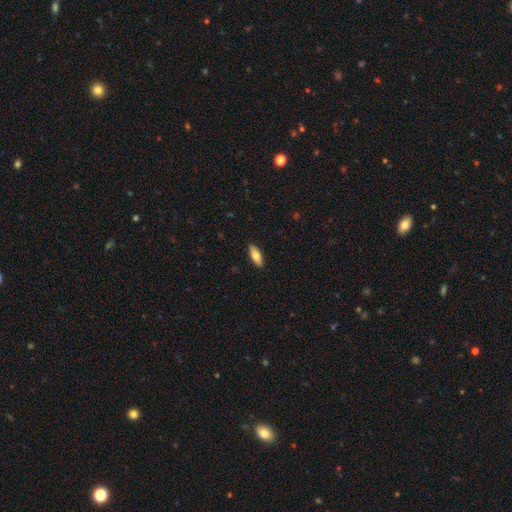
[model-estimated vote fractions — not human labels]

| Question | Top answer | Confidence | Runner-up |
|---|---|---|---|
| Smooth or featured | smooth | 74% | featured or disk (20%) |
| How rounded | in between | 73% | cigar-shaped (24%) |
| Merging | none | 90% | minor disturbance (7%) |